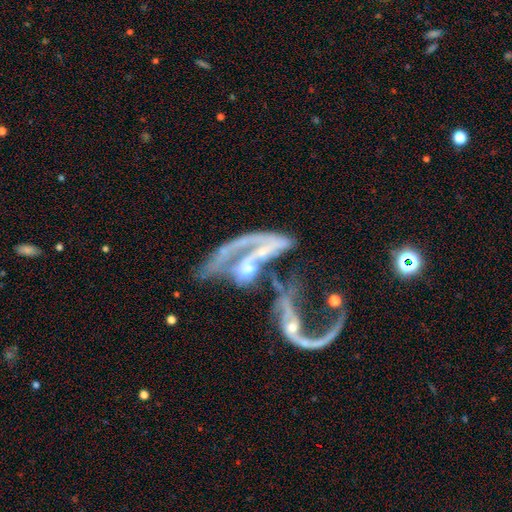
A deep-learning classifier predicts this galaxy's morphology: Q: Smooth or featured?
A: featured or disk (79%); runner-up: smooth (11%)
Q: Edge-on disk?
A: no (93%); runner-up: yes (7%)
Q: Bar?
A: no (58%); runner-up: weak (26%)
Q: Spiral arms?
A: yes (70%); runner-up: no (30%)
Q: Spiral winding?
A: loose (69%); runner-up: medium (21%)
Q: Spiral arm count?
A: 2 (48%); runner-up: 1 (33%)
Q: Bulge size?
A: small (46%); runner-up: moderate (32%)
Q: Merging?
A: merger (64%); runner-up: major disturbance (21%)